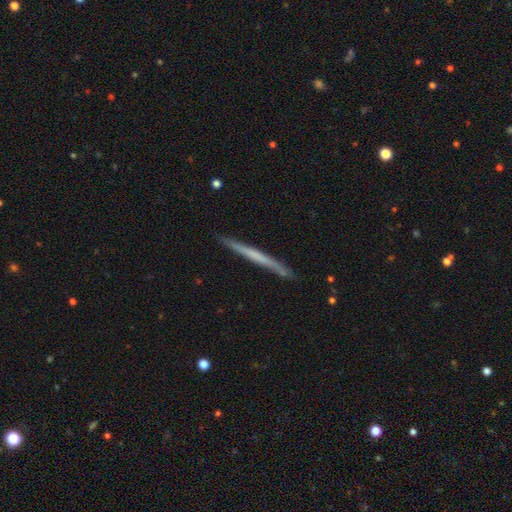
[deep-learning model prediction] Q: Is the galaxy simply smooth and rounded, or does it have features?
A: featured or disk — 51%.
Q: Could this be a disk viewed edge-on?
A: yes — 97%.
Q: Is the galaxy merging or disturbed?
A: none — 91%.